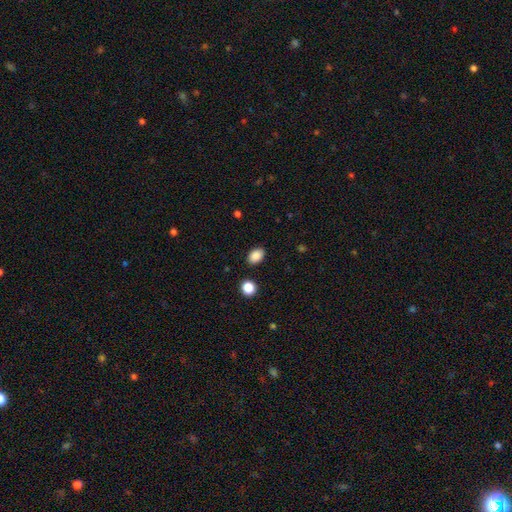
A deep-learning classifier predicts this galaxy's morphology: A smooth galaxy with no disk features (87%) that is in between round and cigar-shaped (81%).

Vote fractions:
- Smooth or featured? smooth: 87% / star or artifact: 9% / featured or disk: 3%
- How rounded? in between: 81% / round: 18% / cigar-shaped: 1%
- Merging? none: 87% / minor disturbance: 9% / major disturbance: 2% / merger: 2%